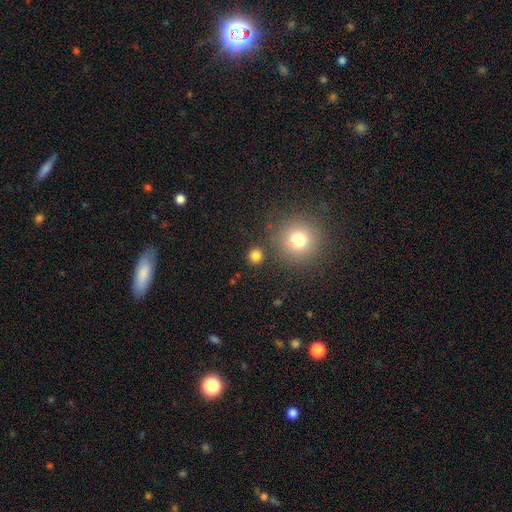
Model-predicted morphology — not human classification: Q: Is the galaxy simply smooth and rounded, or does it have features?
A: smooth — 80%.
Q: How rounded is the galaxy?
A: round — 91%.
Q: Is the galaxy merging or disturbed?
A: none — 85%.